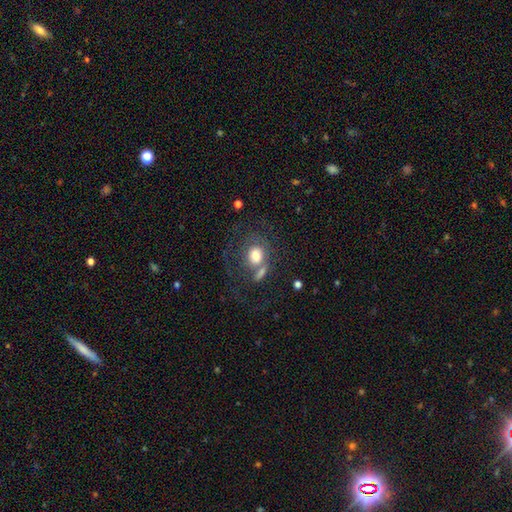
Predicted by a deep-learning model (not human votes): Overall: smooth (64%; featured or disk 26%). How rounded: round (55%; in between 43%). Merging: none (40%; merger 26%).